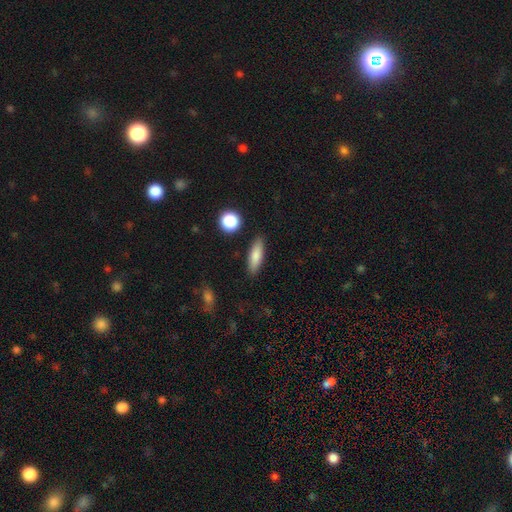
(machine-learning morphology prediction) smooth_or_featured: smooth (p=0.80) [alt: featured or disk p=0.13]
how_rounded: cigar-shaped (p=0.52) [alt: in between p=0.45]
merging: none (p=0.87) [alt: minor disturbance p=0.08]